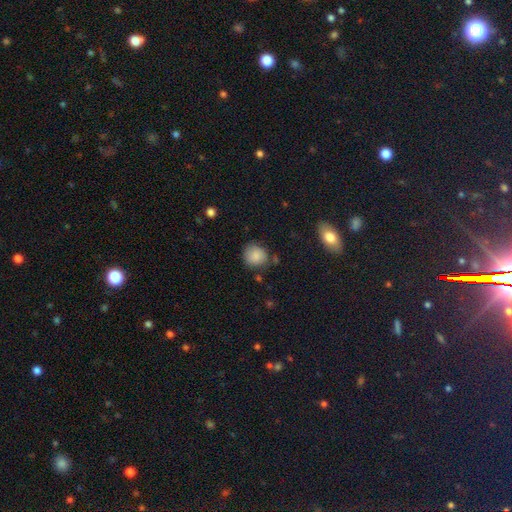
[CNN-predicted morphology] Q: Smooth or featured?
A: smooth (86%); runner-up: star or artifact (8%)
Q: How rounded?
A: round (85%); runner-up: in between (13%)
Q: Merging?
A: none (74%); runner-up: minor disturbance (18%)